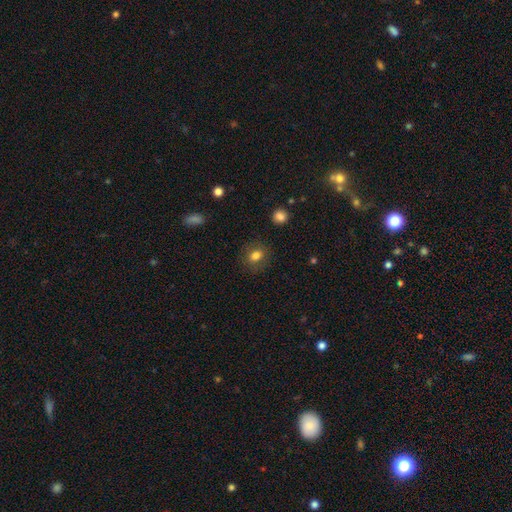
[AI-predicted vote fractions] Overall: smooth (79%). How rounded: round (66%; in between 33%). Merging: none (85%).